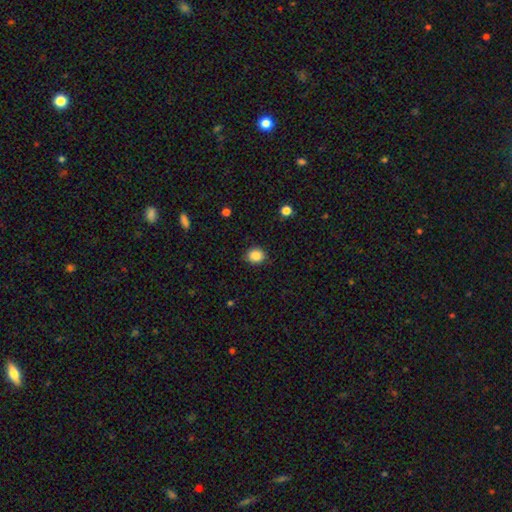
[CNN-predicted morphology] This is clearly a smooth galaxy (87%). How rounded: likely round (73%). Merging: clearly none (88%).